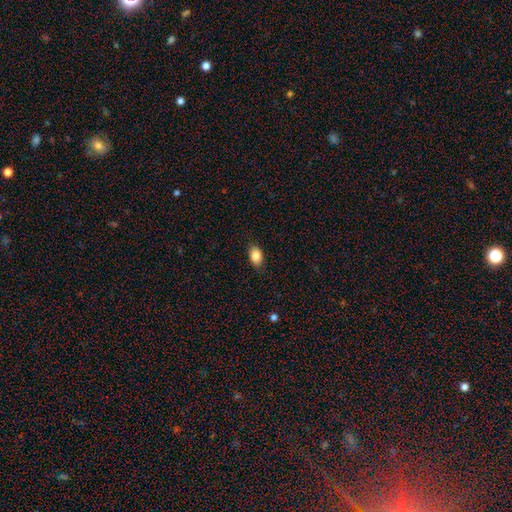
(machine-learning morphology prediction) smooth_or_featured: smooth (p=0.87) [alt: star or artifact p=0.08]
how_rounded: in between (p=0.88) [alt: round p=0.10]
merging: none (p=0.84) [alt: minor disturbance p=0.13]